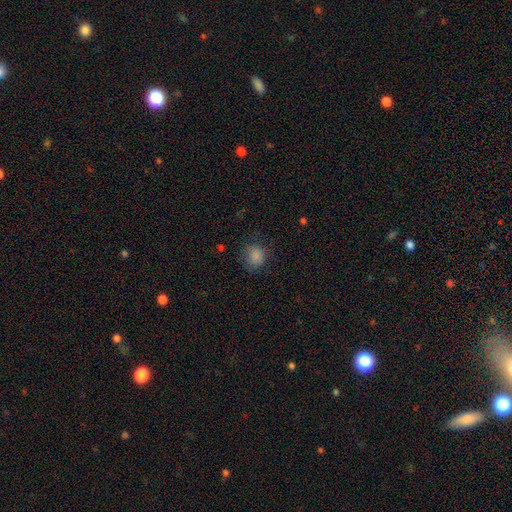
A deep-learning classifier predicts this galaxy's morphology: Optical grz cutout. It shows a smooth galaxy with no disk features (85%) that is round (80%). Merging: none (76%).